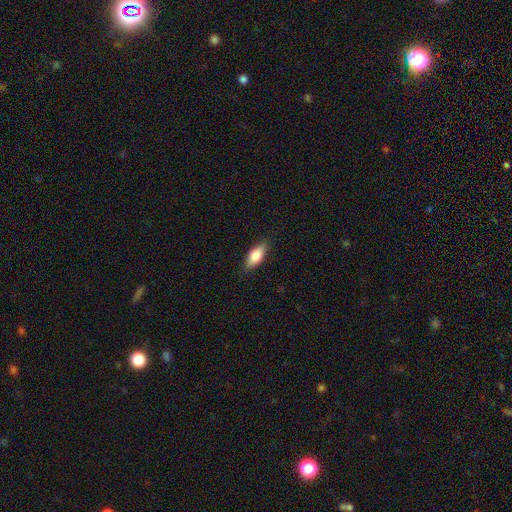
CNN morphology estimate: Overall: smooth (72%). How rounded: in between (79%). Merging: none (84%).